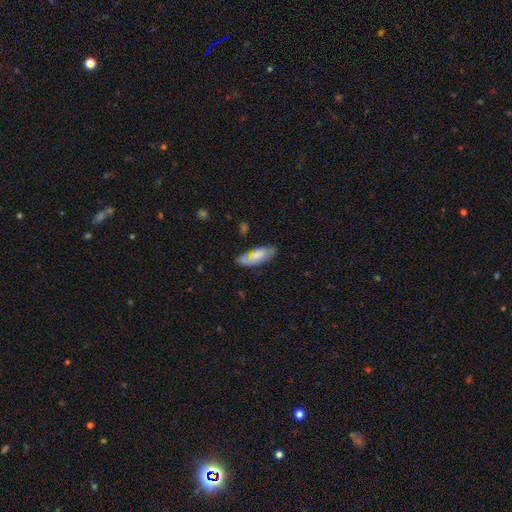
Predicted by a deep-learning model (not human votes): Smooth or featured? Predicted: smooth (p=0.71). How rounded? Predicted: in between (p=0.74). Merging? Predicted: none (p=0.72).